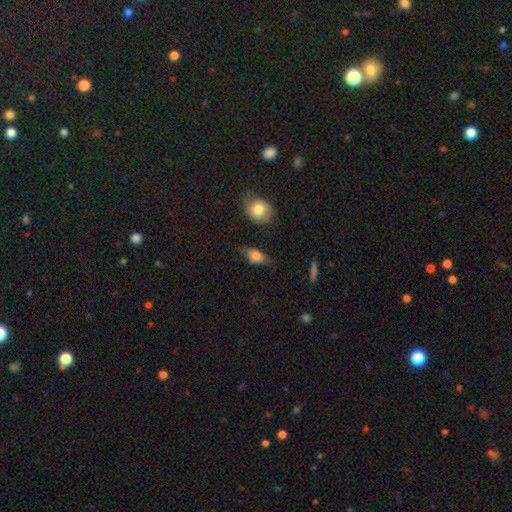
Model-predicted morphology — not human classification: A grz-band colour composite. It shows a smooth galaxy with no disk features (70%) that is in between round and cigar-shaped (77%). Merging: none (66%).